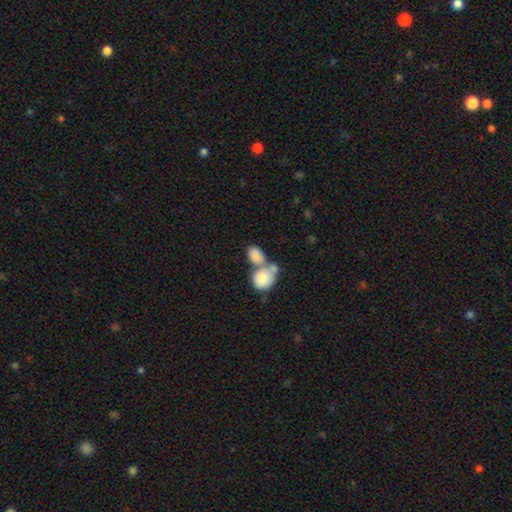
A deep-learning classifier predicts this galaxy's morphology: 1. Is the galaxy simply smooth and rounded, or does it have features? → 83% smooth, 11% featured or disk, 7% star or artifact.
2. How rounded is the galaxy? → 68% in between, 30% round, 2% cigar-shaped.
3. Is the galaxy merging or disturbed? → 62% merger, 25% none, 8% minor disturbance, 4% major disturbance.